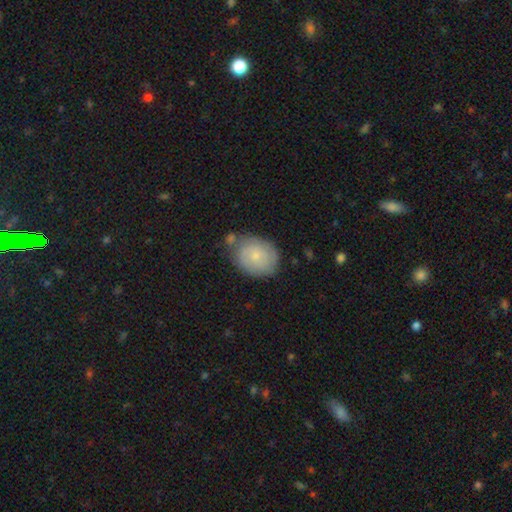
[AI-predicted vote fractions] This is likely a smooth galaxy (66%). How rounded: possibly in between (57%). Merging: likely none (65%).